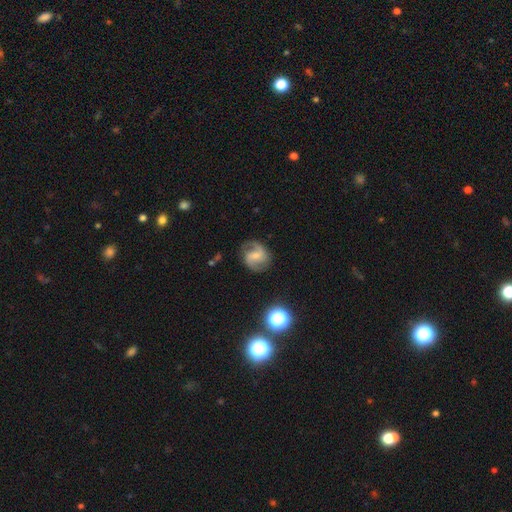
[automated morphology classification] A featured or disk galaxy (80%) with a weak bar (49%), 2 (87%) medium (52%) spiral arms (96%) and a small central bulge (56%). Merging: none (77%).